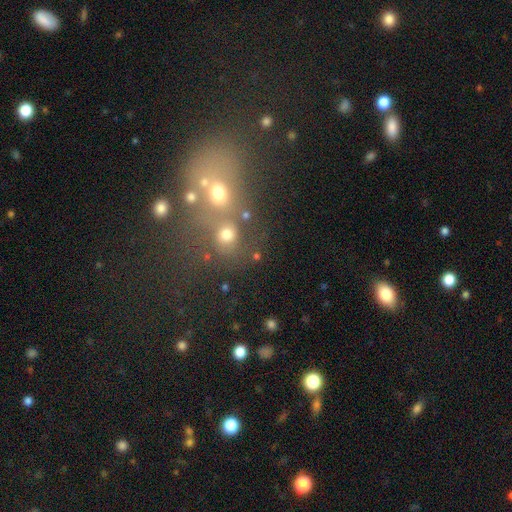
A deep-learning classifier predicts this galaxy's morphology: Smooth or featured?
  - smooth: 58% *
  - star or artifact: 27%
  - featured or disk: 15%
How rounded?
  - round: 71% *
  - in between: 27%
  - cigar-shaped: 2%
Merging?
  - none: 44% *
  - merger: 39%
  - minor disturbance: 9%
  - major disturbance: 8%